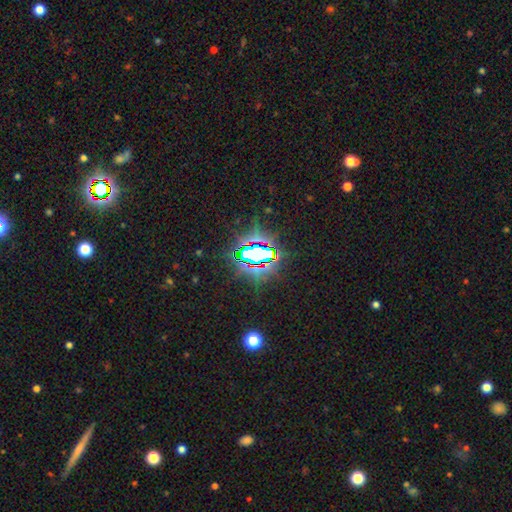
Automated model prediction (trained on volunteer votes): star or artifact 77%, smooth 12%, featured or disk 11%.